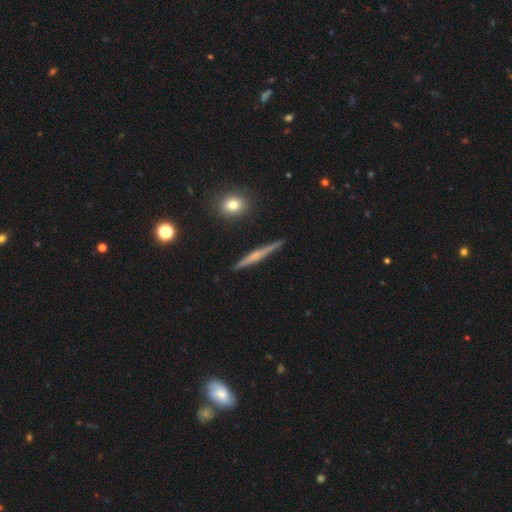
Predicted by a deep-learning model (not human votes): featured or disk 64%, smooth 29%, star or artifact 7%. Down the decision tree: edge-on disk — yes (97%); edge-on bulge — rounded (54%); merging — none (89%).